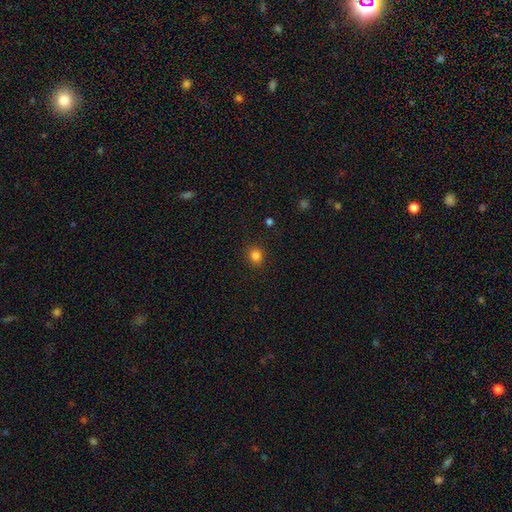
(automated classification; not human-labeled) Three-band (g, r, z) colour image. It shows a smooth galaxy with no disk features (84%) that is round (70%). Merging: none (89%).